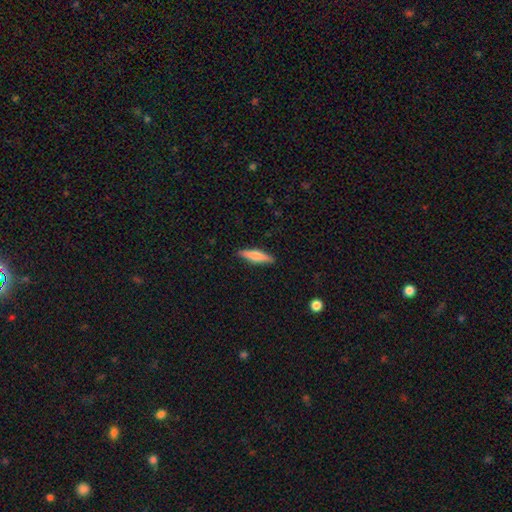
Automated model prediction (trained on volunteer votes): The model was most divided on "smooth or featured": smooth: 65%, featured or disk: 29%, star or artifact: 6%. More confident: merging — none (89%); how rounded — cigar-shaped (76%).